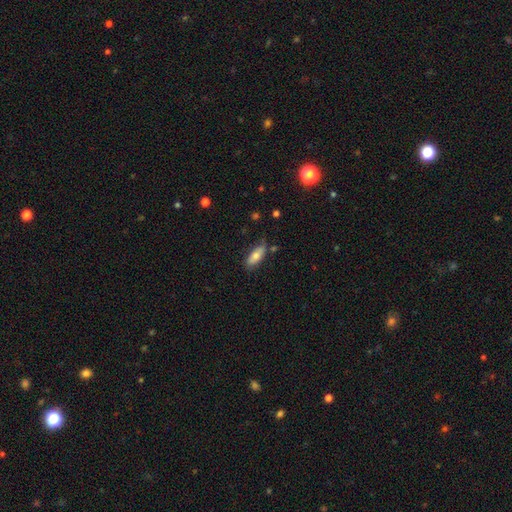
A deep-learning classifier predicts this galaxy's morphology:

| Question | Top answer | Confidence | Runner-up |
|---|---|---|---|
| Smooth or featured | smooth | 71% | featured or disk (22%) |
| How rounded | in between | 76% | cigar-shaped (22%) |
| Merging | none | 71% | minor disturbance (22%) |